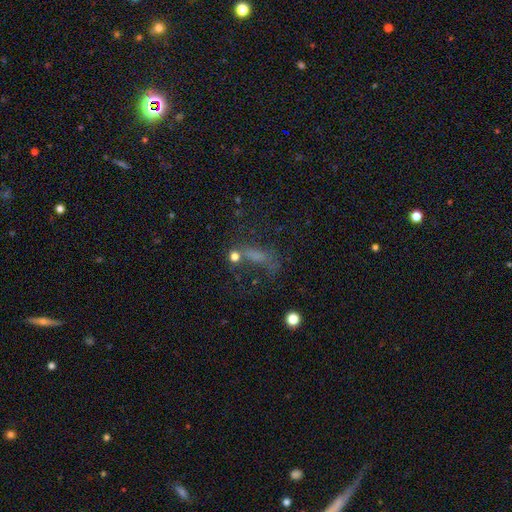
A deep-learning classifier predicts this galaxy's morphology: Smooth or featured: smooth — 39% (featured or disk — 31%)
Merging: none — 40% (major disturbance — 31%)